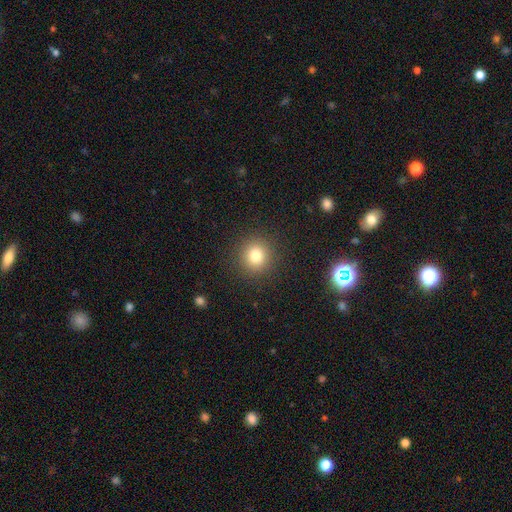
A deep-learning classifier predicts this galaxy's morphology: smooth_or_featured: smooth (p=0.80) [alt: star or artifact p=0.13]
how_rounded: round (p=0.92) [alt: in between p=0.07]
merging: none (p=0.91) [alt: minor disturbance p=0.06]